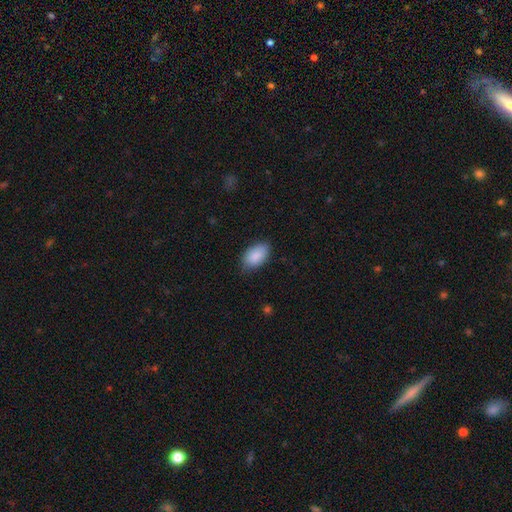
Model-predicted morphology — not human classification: type=smooth (88%); roundness=in between (93%); merging=none (79%).